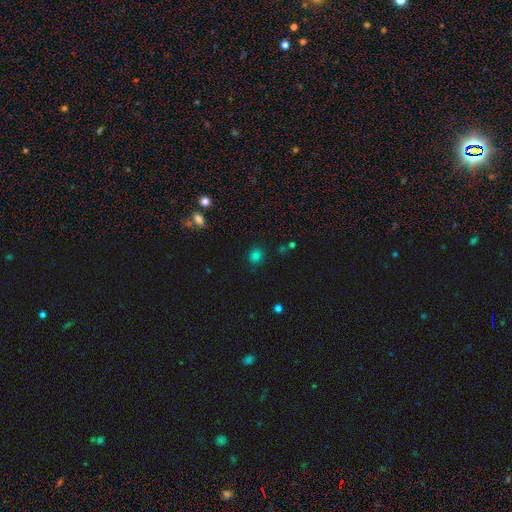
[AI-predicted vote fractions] A smooth galaxy with no disk features (78%) that is round (78%). Merging: none (86%).